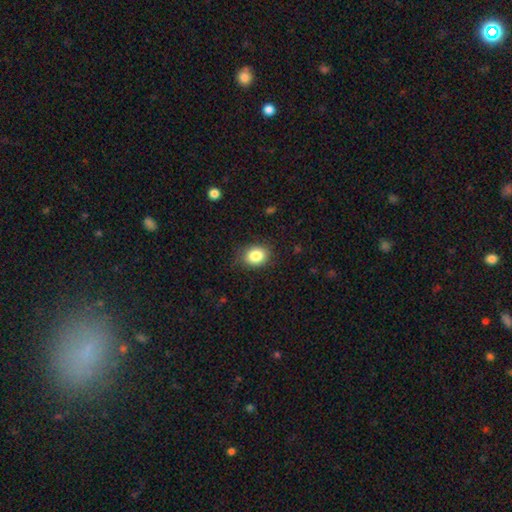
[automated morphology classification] Smooth or featured? Predicted: smooth (p=0.84). How rounded? Predicted: round (p=0.52). Merging? Predicted: none (p=0.84).